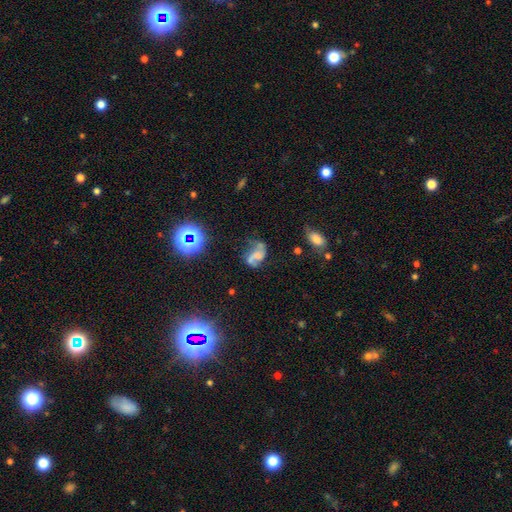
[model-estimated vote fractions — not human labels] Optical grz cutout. It shows a featured or disk galaxy (68%) with no bar (58%), 2 (86%) loose (65%) spiral arms (86%) and no central bulge (50%). Merging: none (46%).